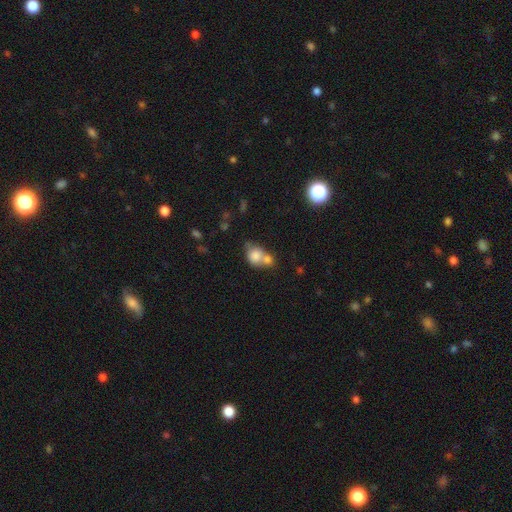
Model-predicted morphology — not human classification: This is likely a smooth galaxy (78%). How rounded: possibly round (56%). Merging: possibly merger (60%).